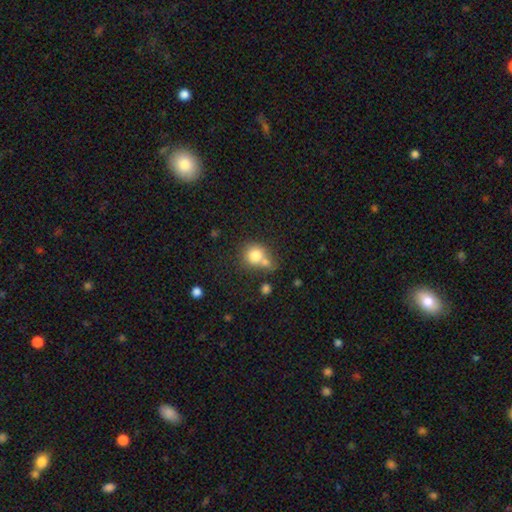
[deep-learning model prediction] Morphology: type=smooth (78%); roundness=round (83%); merging=none (47%).